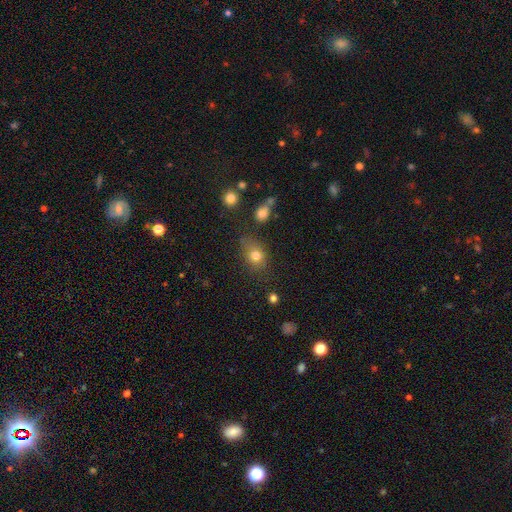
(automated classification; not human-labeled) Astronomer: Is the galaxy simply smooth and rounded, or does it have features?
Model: smooth — 78%.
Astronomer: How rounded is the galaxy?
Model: round — 51% (runner-up: in between, 48%).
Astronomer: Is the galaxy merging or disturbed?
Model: none — 63%.